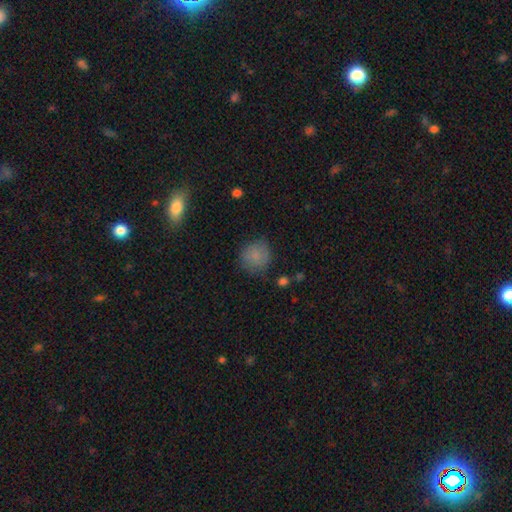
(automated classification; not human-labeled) The model was most divided on "merging": none: 75%, minor disturbance: 18%, major disturbance: 5%, merger: 2%. More confident: how rounded — round (84%); smooth or featured — smooth (81%).